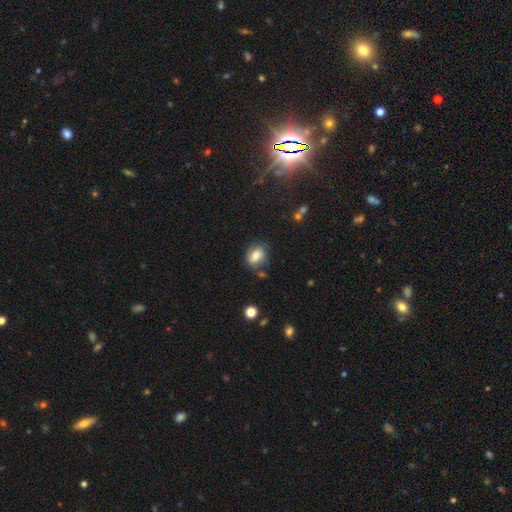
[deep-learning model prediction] Smooth or featured? Predicted: smooth (p=0.69). How rounded? Predicted: in between (p=0.61). Merging? Predicted: none (p=0.66).